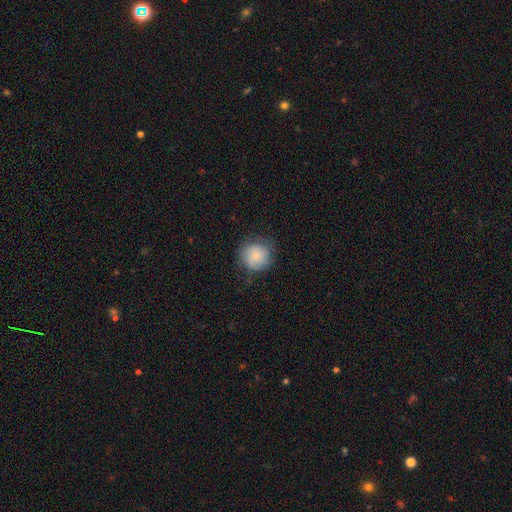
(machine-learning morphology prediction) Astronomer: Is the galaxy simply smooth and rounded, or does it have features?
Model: smooth — 75%.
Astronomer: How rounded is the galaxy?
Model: round — 90%.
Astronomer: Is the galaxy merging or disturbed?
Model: none — 74%.